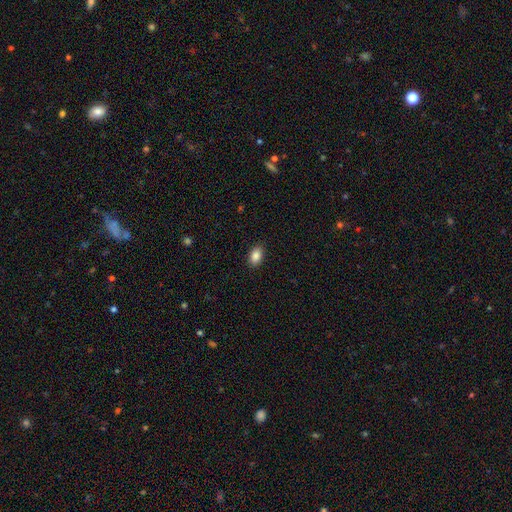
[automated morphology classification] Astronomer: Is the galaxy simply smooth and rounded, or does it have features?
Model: smooth — 87%.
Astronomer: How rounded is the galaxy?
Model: in between — 89%.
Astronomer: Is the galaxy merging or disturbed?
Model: none — 89%.